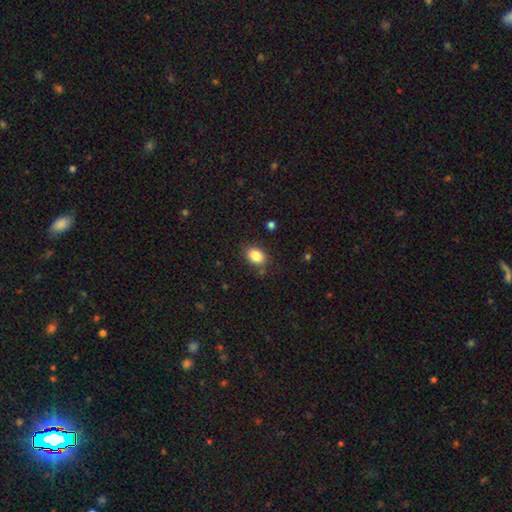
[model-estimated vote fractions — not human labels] smooth_or_featured: smooth (p=0.87) [alt: star or artifact p=0.09]
how_rounded: in between (p=0.71) [alt: round p=0.28]
merging: none (p=0.83) [alt: minor disturbance p=0.11]